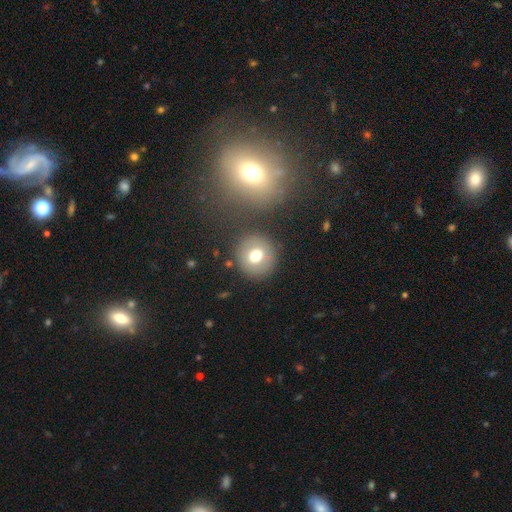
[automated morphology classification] A smooth galaxy with no disk features (67%) that is round (89%).

Vote fractions:
- Smooth or featured? smooth: 67% / featured or disk: 22% / star or artifact: 11%
- How rounded? round: 89% / in between: 10% / cigar-shaped: 1%
- Merging? none: 85% / minor disturbance: 8% / merger: 4% / major disturbance: 3%